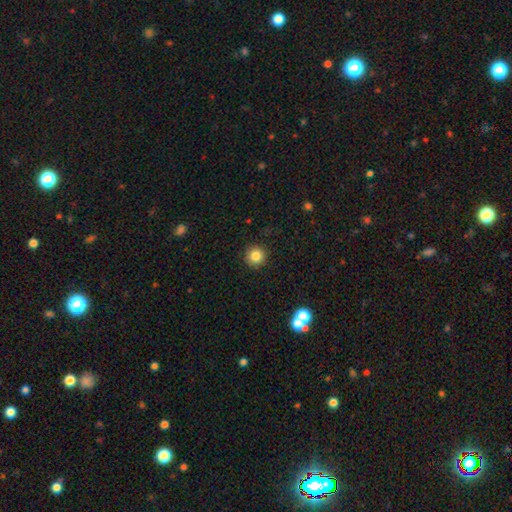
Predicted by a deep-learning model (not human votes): smooth 83%, star or artifact 11%, featured or disk 6%. Down the decision tree: how rounded — round (95%); merging — none (91%).